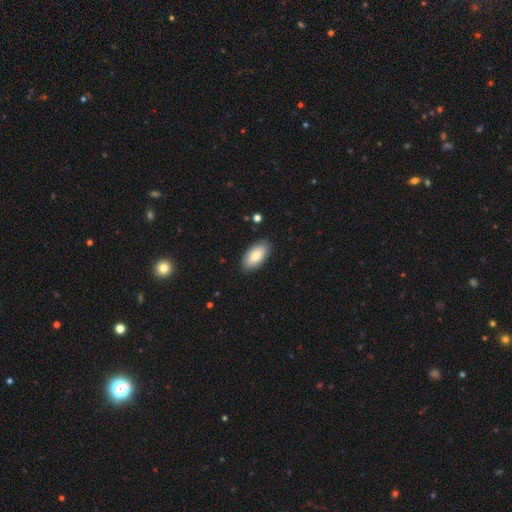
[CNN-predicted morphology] type=smooth (81%); roundness=in between (94%); merging=none (86%).